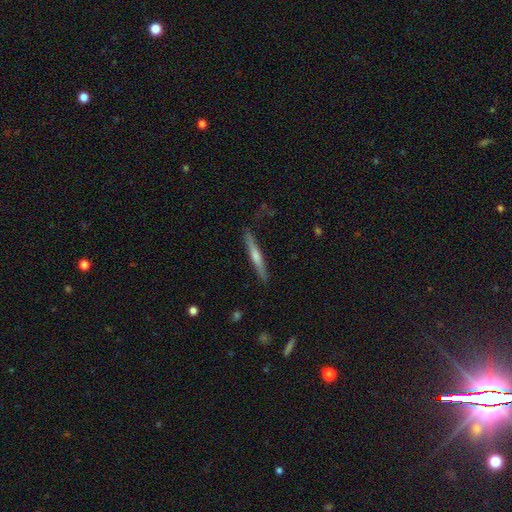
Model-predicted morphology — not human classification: Smooth or featured? featured or disk (59%)
Edge-on disk? yes (97%)
Edge-on bulge? rounded (73%)
Merging? none (87%)